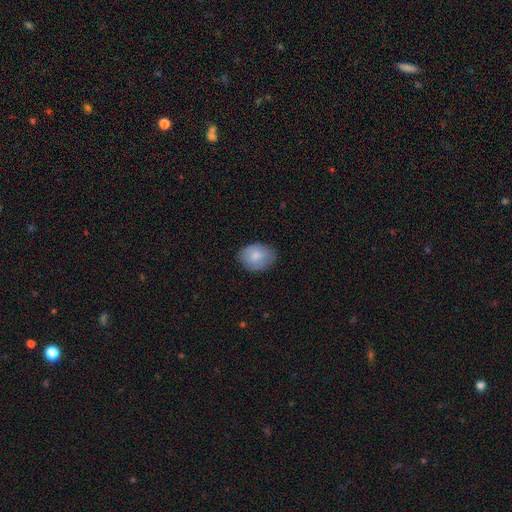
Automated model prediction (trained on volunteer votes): Smooth or featured? Predicted: smooth (p=0.82). How rounded? Predicted: in between (p=0.66). Merging? Predicted: none (p=0.78).